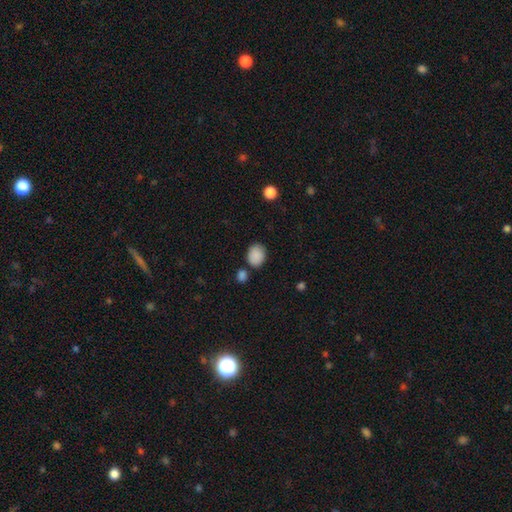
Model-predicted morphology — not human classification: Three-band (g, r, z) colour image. It shows a smooth galaxy with no disk features (88%) that is in between round and cigar-shaped (61%). Merging: none (75%).